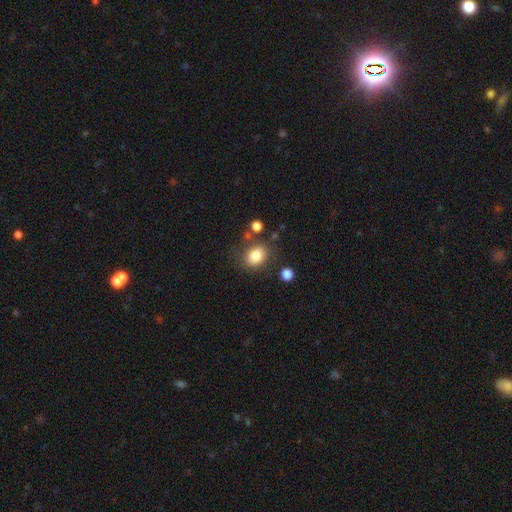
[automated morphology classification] A smooth galaxy with no disk features (81%) that is in between round and cigar-shaped (50%).

Vote fractions:
- Smooth or featured? smooth: 81% / star or artifact: 10% / featured or disk: 8%
- How rounded? in between: 50% / round: 49% / cigar-shaped: 1%
- Merging? none: 74% / minor disturbance: 14% / merger: 7% / major disturbance: 5%